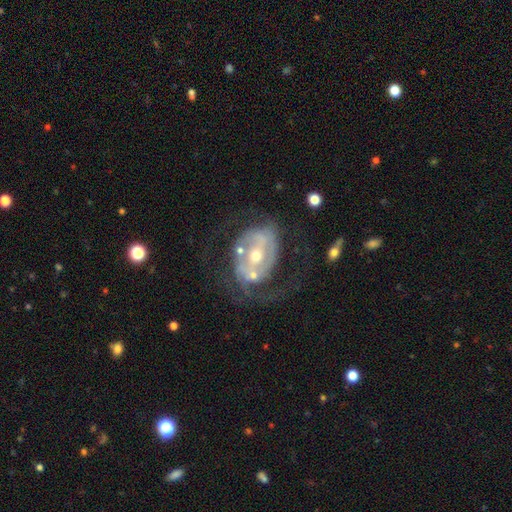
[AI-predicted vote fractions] smooth-or-featured: featured or disk: 84% | smooth: 10% | star or artifact: 6%
  disk-edge-on: no: 97% | yes: 3%
    bar: no: 37% (tied) | weak: 37% (tied) | strong: 26%
    has-spiral-arms: yes: 81% | no: 19%
      spiral-winding: medium: 42% | tight: 35% | loose: 23%
      spiral-arm-count: 2: 63% | can't tell: 19% | 1: 9% | 3: 6% | 4: 2% | more than 4: 2%
    bulge-size: moderate: 49% | small: 47% | large: 2% | none: 1% | dominant: 1%
  merging: none: 46% | major disturbance: 27% | minor disturbance: 18% | merger: 9%